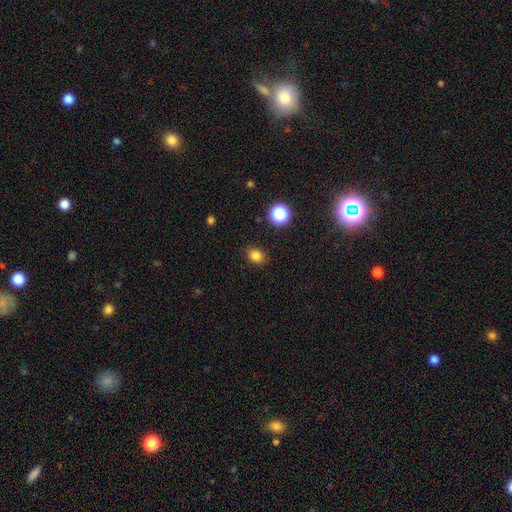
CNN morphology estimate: A smooth galaxy with no disk features (81%) that is round (53%).

Vote fractions:
- Smooth or featured? smooth: 81% / star or artifact: 14% / featured or disk: 5%
- How rounded? round: 53% / in between: 46% / cigar-shaped: 1%
- Merging? none: 87% / minor disturbance: 9% / major disturbance: 3% / merger: 1%